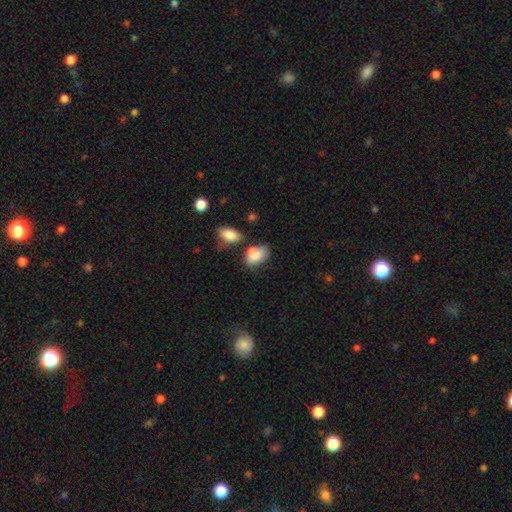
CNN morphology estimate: Smooth or featured? Predicted: smooth (p=0.81). How rounded? Predicted: in between (p=0.87). Merging? Predicted: none (p=0.40).